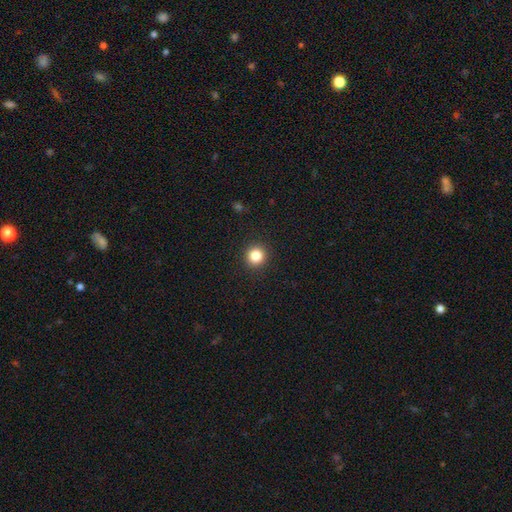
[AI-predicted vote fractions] Smooth or featured: smooth — 84% (star or artifact — 12%)
How rounded: round — 93% (in between — 6%)
Merging: none — 92% (minor disturbance — 5%)